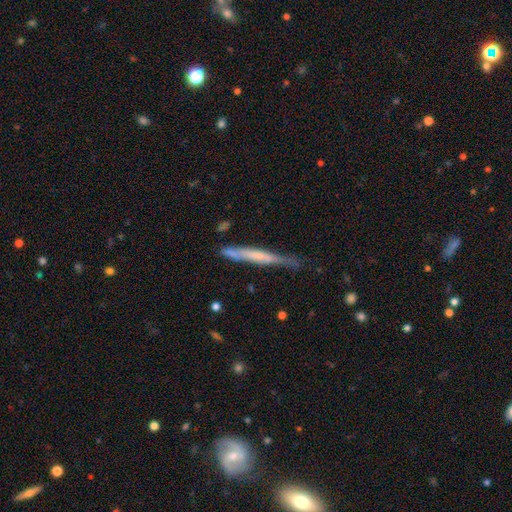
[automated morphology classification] A featured or disk galaxy (50%) viewed edge-on (92%).

Vote fractions:
- Smooth or featured? featured or disk: 50% / smooth: 43% / star or artifact: 6%
- Edge-on disk? yes: 92% / no: 8%
- Merging? none: 65% / minor disturbance: 26% / major disturbance: 6% / merger: 3%